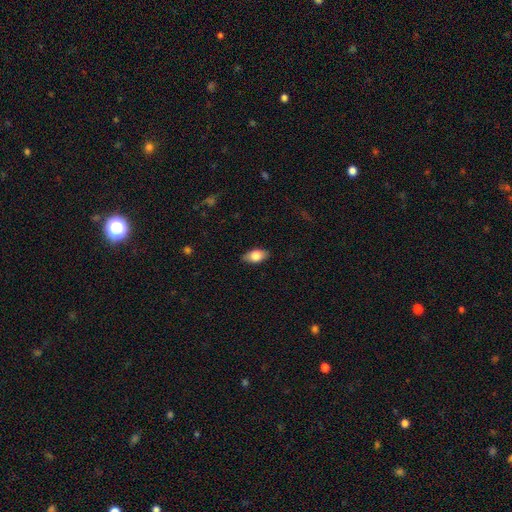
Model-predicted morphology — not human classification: Smooth or featured: smooth — 80% (featured or disk — 14%)
How rounded: in between — 91% (round — 5%)
Merging: none — 86% (minor disturbance — 11%)